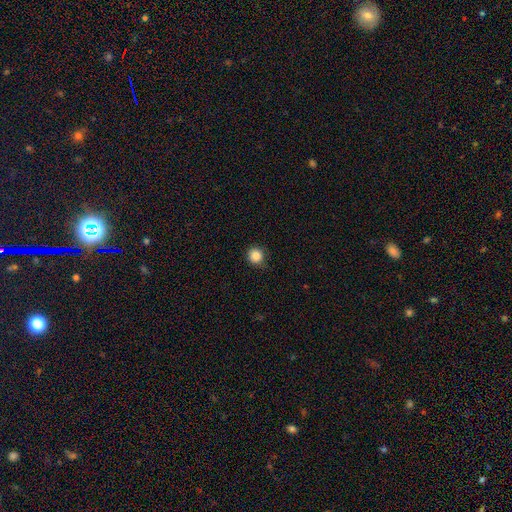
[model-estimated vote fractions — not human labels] Overall: smooth (86%). How rounded: round (94%). Merging: none (85%).